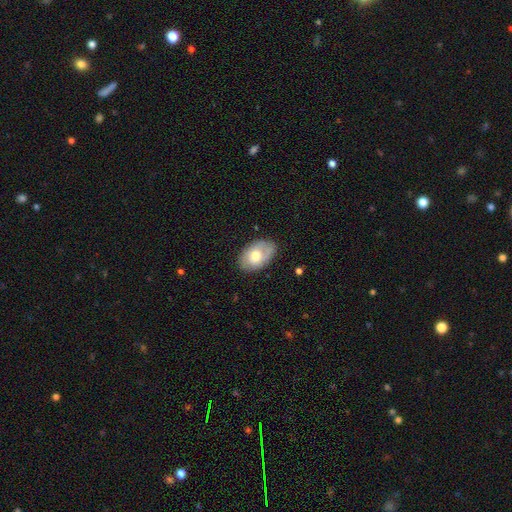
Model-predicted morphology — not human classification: Smooth or featured? smooth (58%)
How rounded? in between (88%)
Merging? none (77%)